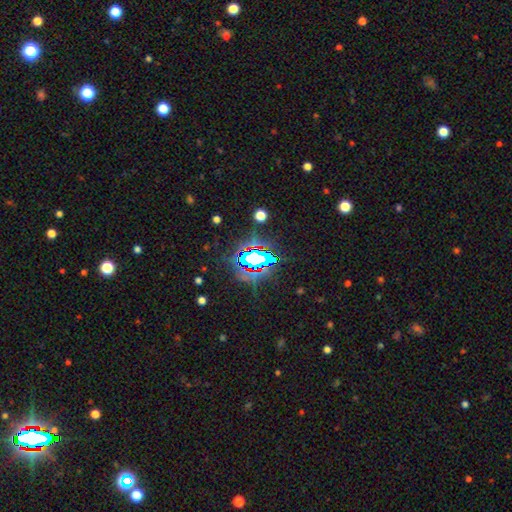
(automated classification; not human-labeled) Smooth or featured?
  - star or artifact: 71% *
  - smooth: 16%
  - featured or disk: 13%